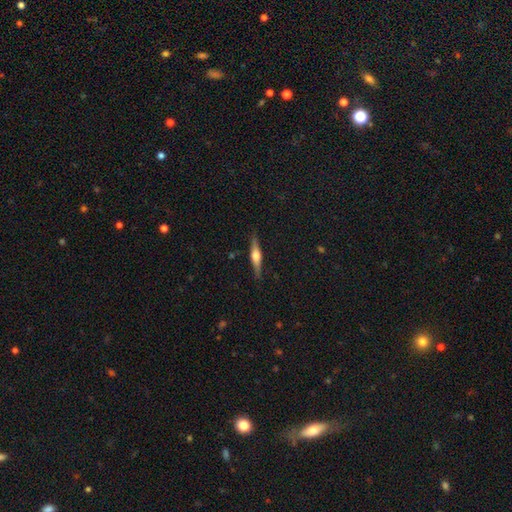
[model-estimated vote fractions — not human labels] The model was most divided on "smooth or featured": featured or disk: 66%, smooth: 28%, star or artifact: 6%. More confident: edge-on disk — yes (97%); edge-on bulge — rounded (89%); merging — none (88%).